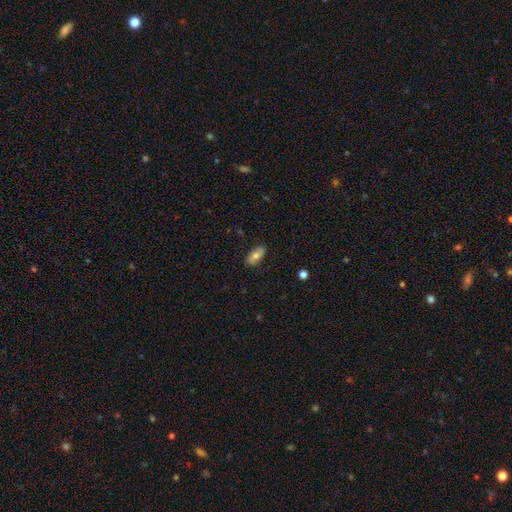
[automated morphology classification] smooth 66%, featured or disk 27%, star or artifact 7%. Down the decision tree: how rounded — in between (90%); merging — none (84%).